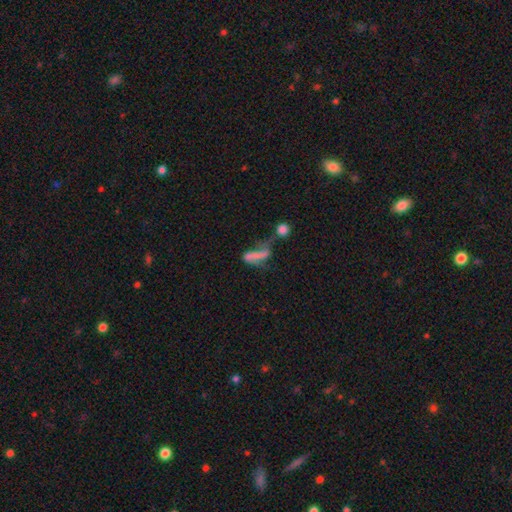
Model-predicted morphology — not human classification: A smooth galaxy with no disk features (50%) that is in between round and cigar-shaped (50%). Merging: merger (41%).